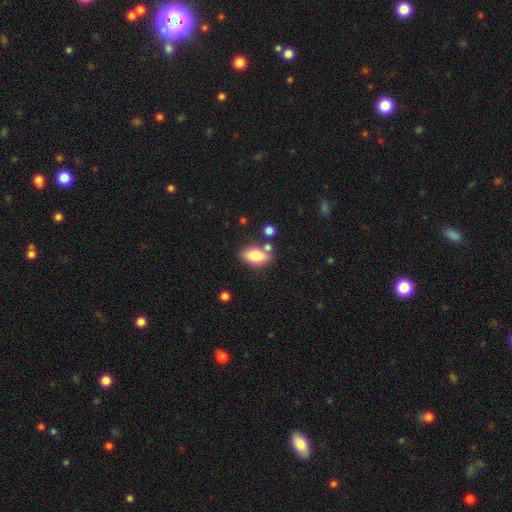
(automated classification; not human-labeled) smooth_or_featured: smooth (p=0.80) [alt: featured or disk p=0.12]
how_rounded: in between (p=0.88) [alt: round p=0.08]
merging: none (p=0.68) [alt: merger p=0.14]